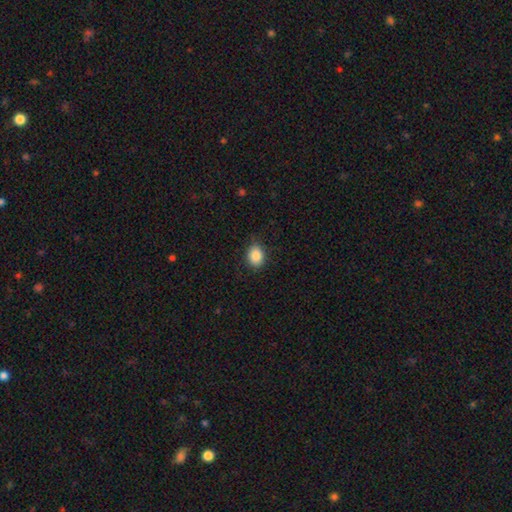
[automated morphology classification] This is clearly a smooth galaxy (87%). How rounded: possibly in between (57%). Merging: clearly none (84%).